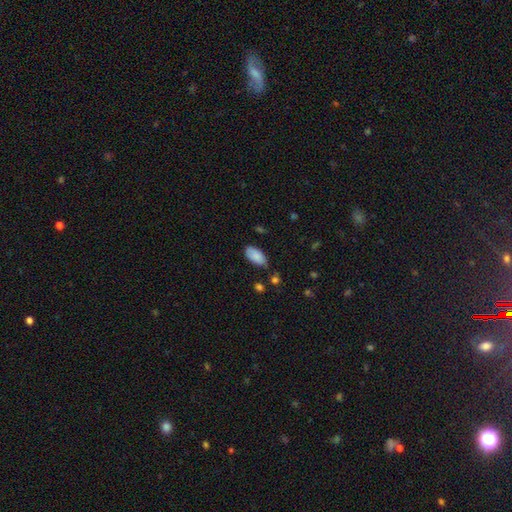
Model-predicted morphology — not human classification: Smooth or featured? smooth (86%)
How rounded? in between (95%)
Merging? none (70%)